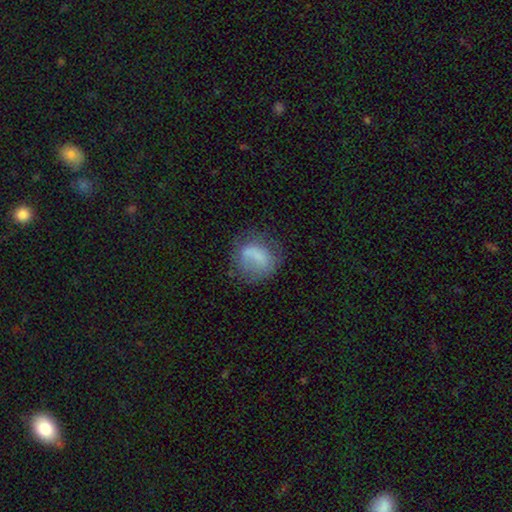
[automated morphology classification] smooth_or_featured: smooth (p=0.65) [alt: featured or disk p=0.26]
how_rounded: round (p=0.69) [alt: in between p=0.30]
merging: none (p=0.50) [alt: minor disturbance p=0.25]